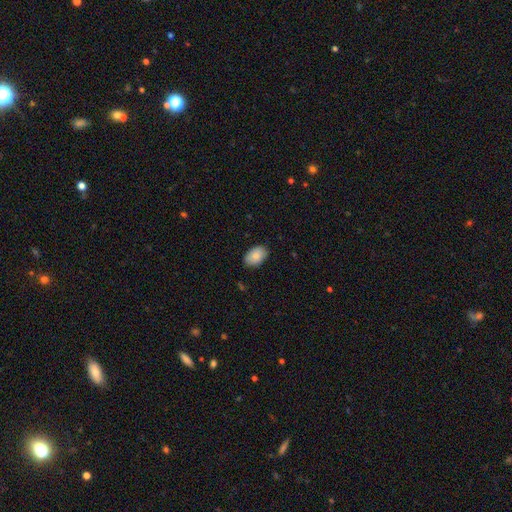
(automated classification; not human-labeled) Smooth or featured? Predicted: smooth (p=0.87). How rounded? Predicted: in between (p=0.89). Merging? Predicted: none (p=0.85).